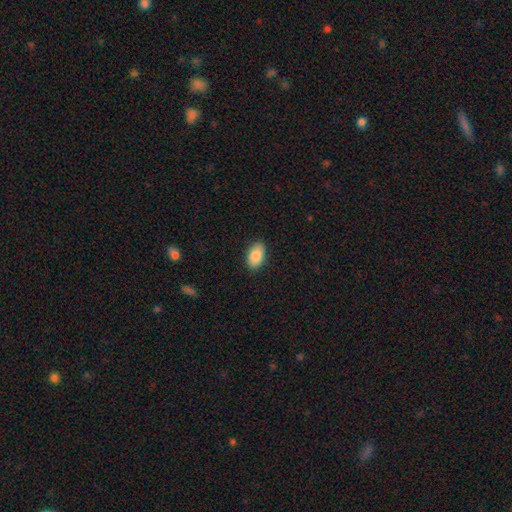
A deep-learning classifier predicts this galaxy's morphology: Smooth or featured? smooth (88%)
How rounded? in between (93%)
Merging? none (88%)